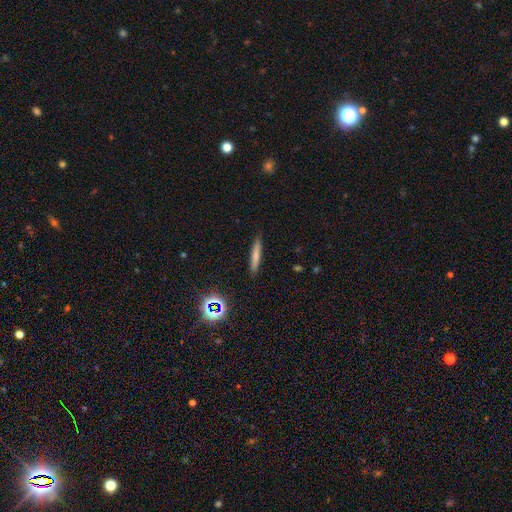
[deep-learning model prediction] Smooth or featured: smooth — 70% (featured or disk — 20%)
How rounded: cigar-shaped — 92% (in between — 6%)
Merging: none — 89% (minor disturbance — 8%)